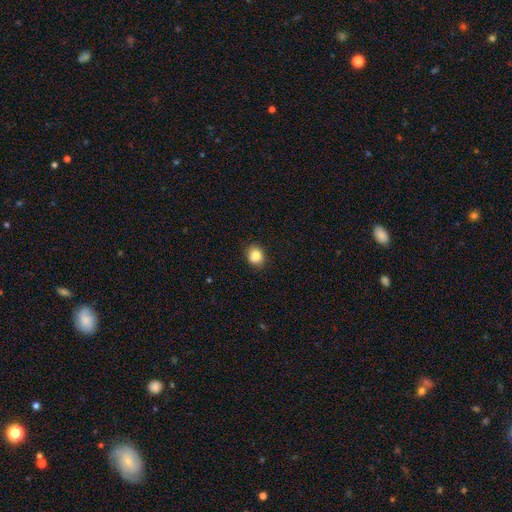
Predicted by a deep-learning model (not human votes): This is clearly a smooth galaxy (86%). How rounded: likely round (67%). Merging: clearly none (85%).